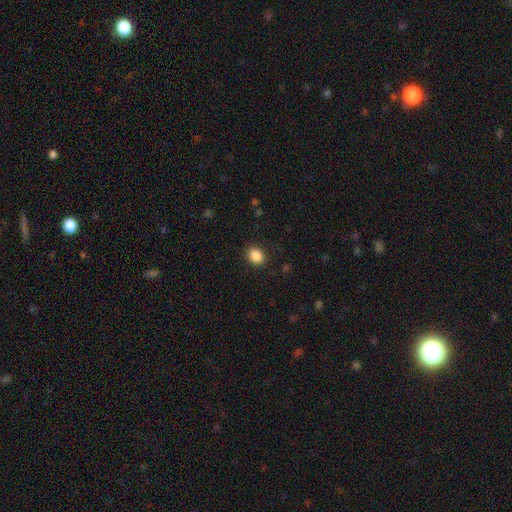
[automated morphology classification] Q: Smooth or featured?
A: smooth (87%); runner-up: star or artifact (9%)
Q: How rounded?
A: in between (51%); runner-up: round (48%)
Q: Merging?
A: none (88%); runner-up: minor disturbance (8%)